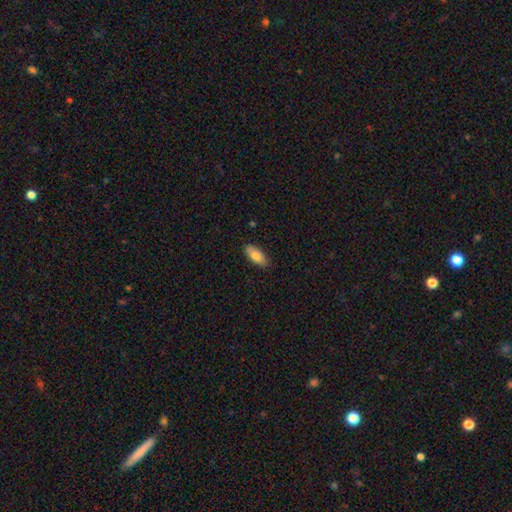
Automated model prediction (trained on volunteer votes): Smooth or featured? Predicted: smooth (p=0.79). How rounded? Predicted: in between (p=0.87). Merging? Predicted: none (p=0.83).